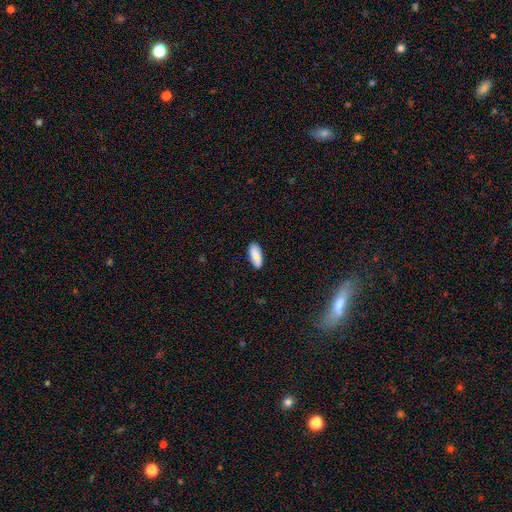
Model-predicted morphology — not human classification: Smooth or featured? smooth (87%)
How rounded? in between (79%)
Merging? none (87%)